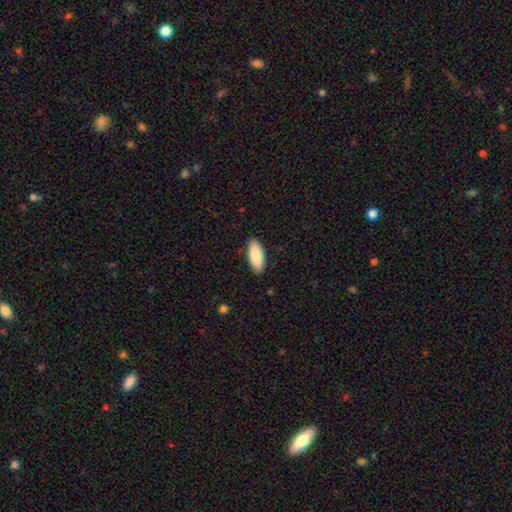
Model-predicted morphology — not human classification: Smooth or featured? smooth (88%)
How rounded? in between (80%)
Merging? none (89%)